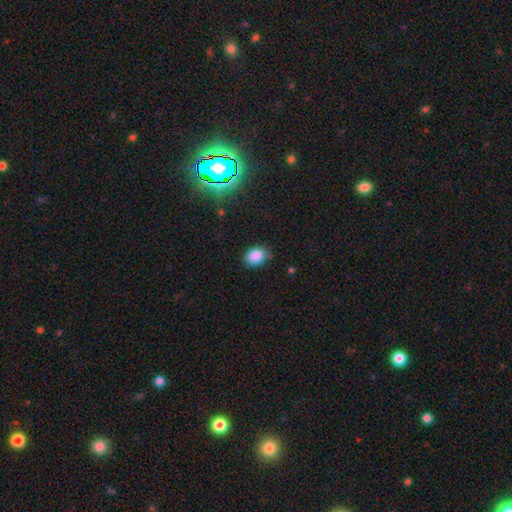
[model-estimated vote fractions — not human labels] Smooth or featured: smooth — 87% (star or artifact — 9%)
How rounded: in between — 66% (round — 33%)
Merging: none — 78% (minor disturbance — 17%)